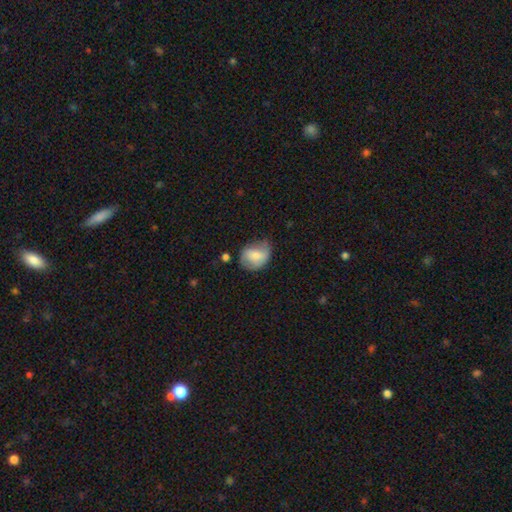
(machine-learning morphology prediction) Q: Smooth or featured?
A: smooth (66%); runner-up: featured or disk (26%)
Q: How rounded?
A: in between (51%); runner-up: round (48%)
Q: Merging?
A: none (52%); runner-up: minor disturbance (34%)